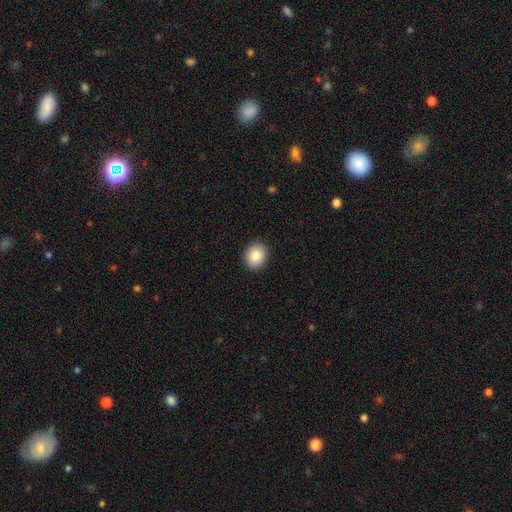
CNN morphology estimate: Smooth or featured? smooth (84%)
How rounded? round (74%)
Merging? none (92%)